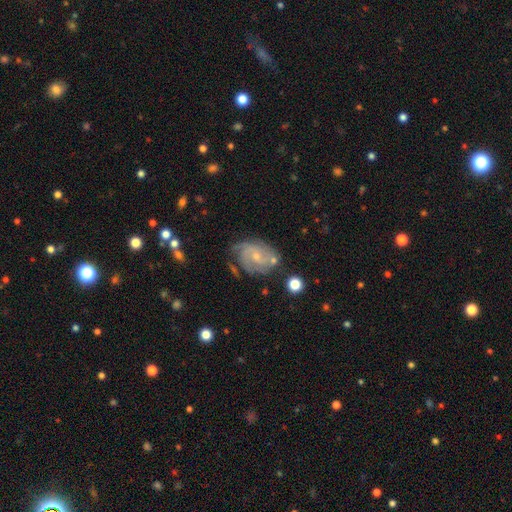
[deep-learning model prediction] Q: Smooth or featured?
A: featured or disk (76%); runner-up: smooth (16%)
Q: Edge-on disk?
A: no (97%); runner-up: yes (3%)
Q: Bar?
A: no (64%); runner-up: weak (31%)
Q: Spiral arms?
A: yes (92%); runner-up: no (8%)
Q: Spiral winding?
A: tight (48%); runner-up: medium (38%)
Q: Spiral arm count?
A: can't tell (29%); runner-up: 3 (27%)
Q: Bulge size?
A: small (69%); runner-up: moderate (26%)
Q: Merging?
A: none (56%); runner-up: minor disturbance (25%)